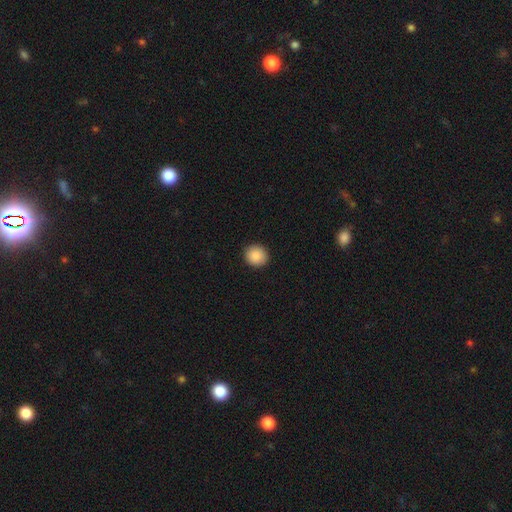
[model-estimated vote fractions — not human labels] This appears to be a smooth galaxy with no disk features (89%) that is round (86%). Merging: none (91%).